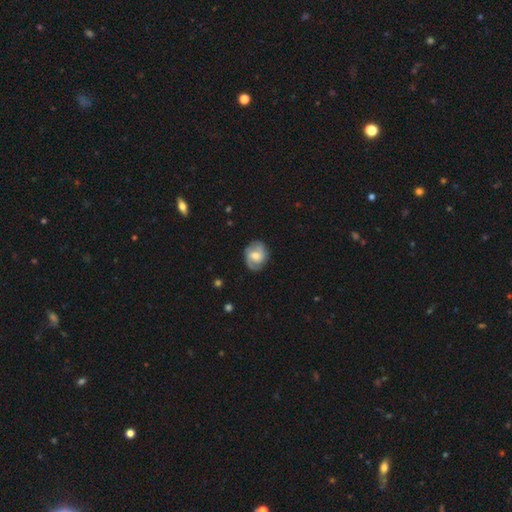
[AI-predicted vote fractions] Morphology: type=featured or disk (65%); edge-on=no (97%); bar=weak (45%); spiral arms=yes (90%); winding=medium (45%); arm count=2 (74%); bulge=moderate (60%); merging=none (79%).